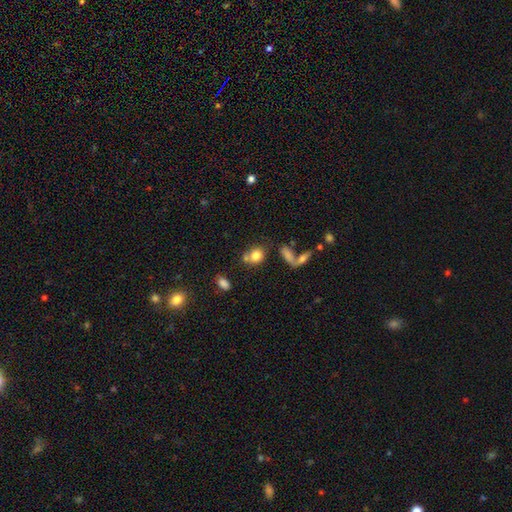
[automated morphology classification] This is likely a smooth galaxy (78%). How rounded: possibly round (53%). Merging: possibly none (47%).